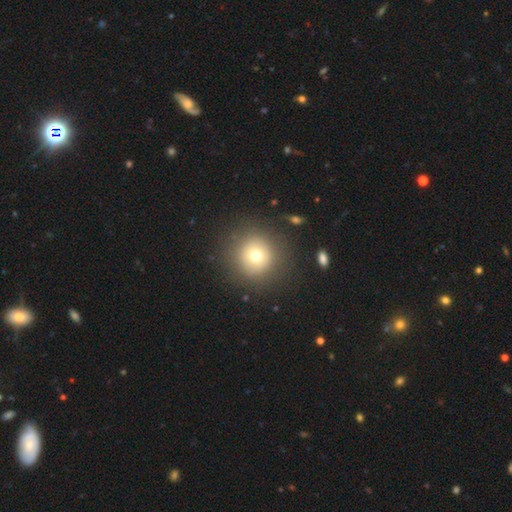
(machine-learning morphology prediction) type=smooth (71%); roundness=round (94%); merging=none (87%).